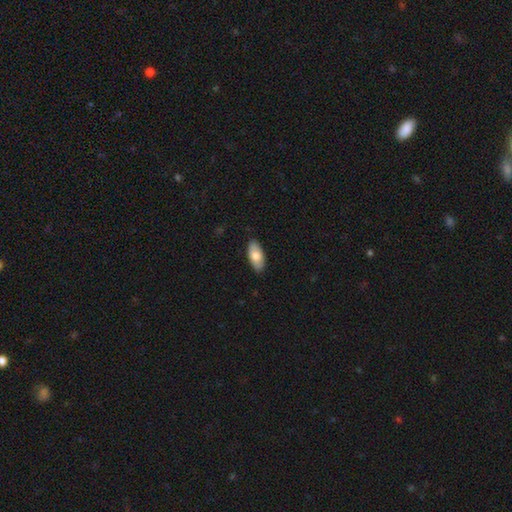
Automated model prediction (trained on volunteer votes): A smooth galaxy with no disk features (76%) that is in between round and cigar-shaped (92%).

Vote fractions:
- Smooth or featured? smooth: 76% / featured or disk: 19% / star or artifact: 6%
- How rounded? in between: 92% / cigar-shaped: 5% / round: 2%
- Merging? none: 88% / minor disturbance: 9% / major disturbance: 2% / merger: 1%